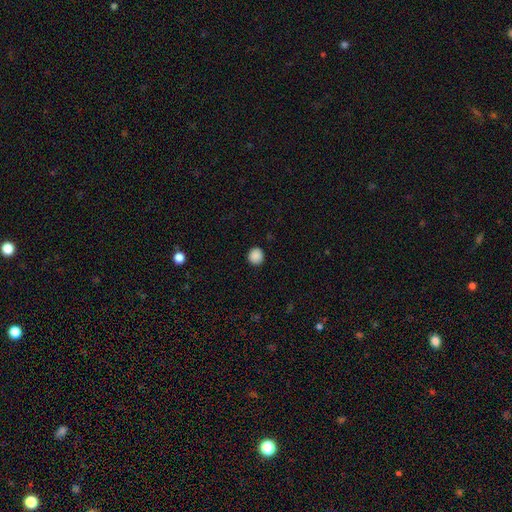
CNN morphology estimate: smooth 88%, star or artifact 9%, featured or disk 2%. Down the decision tree: how rounded — round (91%); merging — none (92%).